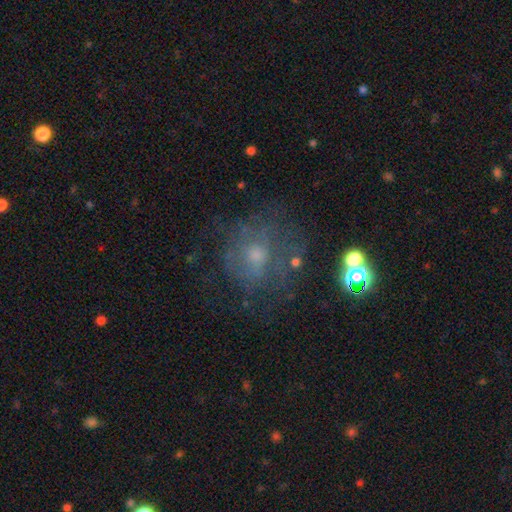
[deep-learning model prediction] Q: Smooth or featured?
A: featured or disk (44%); runner-up: smooth (36%)
Q: Merging?
A: none (58%); runner-up: major disturbance (20%)